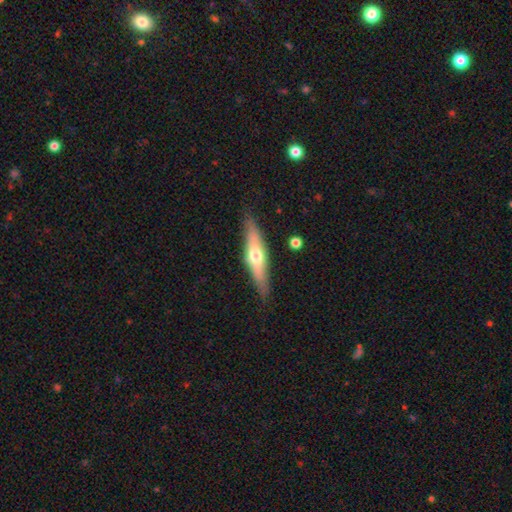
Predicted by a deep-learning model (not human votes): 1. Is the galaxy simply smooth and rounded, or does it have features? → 53% featured or disk, 42% smooth, 6% star or artifact.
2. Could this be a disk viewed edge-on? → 87% yes, 13% no.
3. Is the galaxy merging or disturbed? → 84% none, 12% minor disturbance, 3% major disturbance, 2% merger.